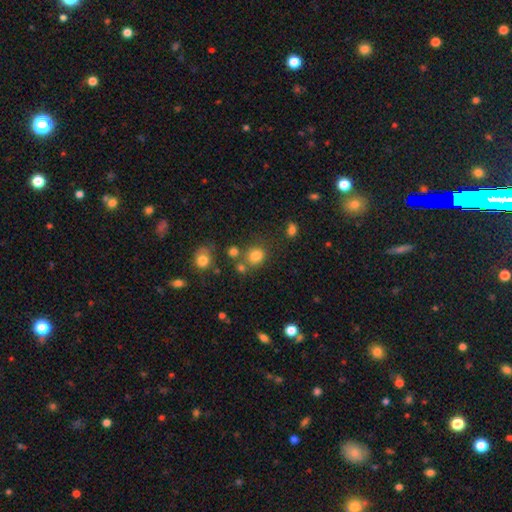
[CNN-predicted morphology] A smooth galaxy with no disk features (79%) that is round (68%). Merging: none (62%).